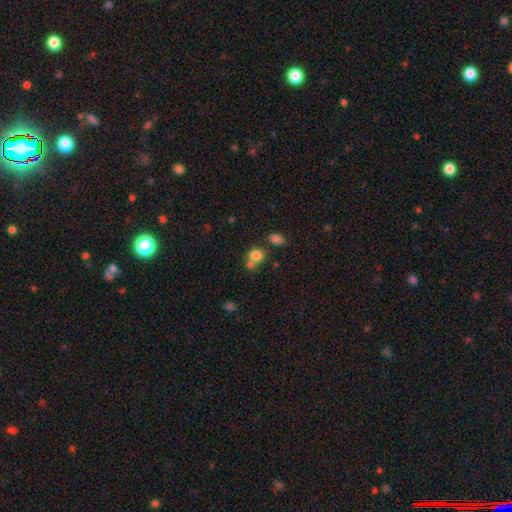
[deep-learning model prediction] This appears to be a smooth galaxy with no disk features (79%) that is round (76%). Merging: none (48%).